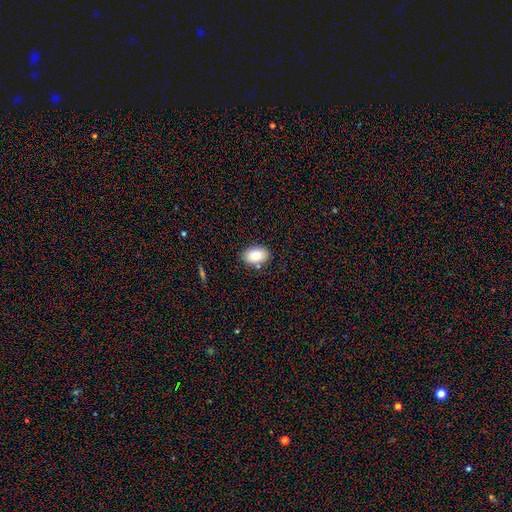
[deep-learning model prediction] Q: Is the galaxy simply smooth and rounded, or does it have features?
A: smooth — 83%.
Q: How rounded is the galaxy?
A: in between — 85%.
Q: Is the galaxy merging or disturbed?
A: none — 84%.